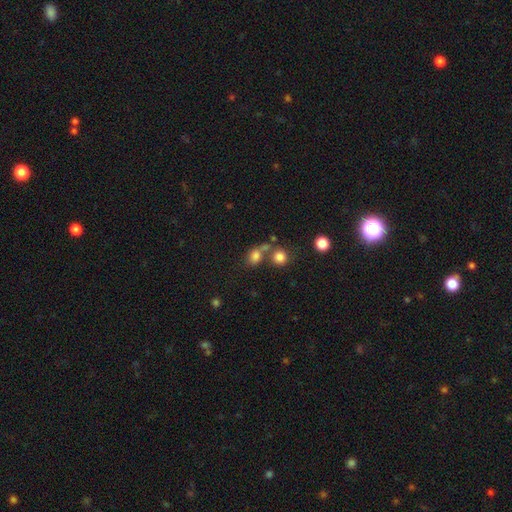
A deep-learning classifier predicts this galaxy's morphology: The model was most divided on "how rounded": round: 54%, in between: 45%, cigar-shaped: 1%. Remaining: smooth or featured — smooth (78%); merging — none (47%).